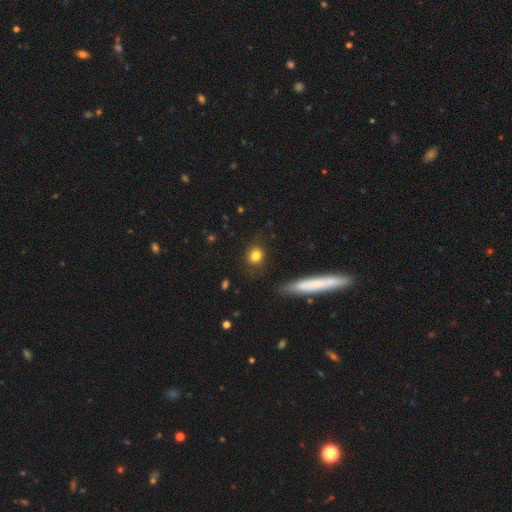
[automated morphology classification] This appears to be a smooth galaxy with no disk features (82%) that is round (65%). Merging: none (83%).